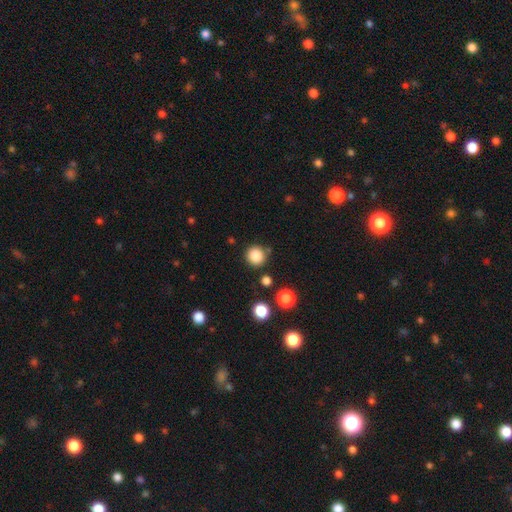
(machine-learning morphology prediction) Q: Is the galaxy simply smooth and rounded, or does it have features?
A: smooth — 86%.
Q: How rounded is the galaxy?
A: round — 93%.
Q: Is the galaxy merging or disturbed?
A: none — 85%.